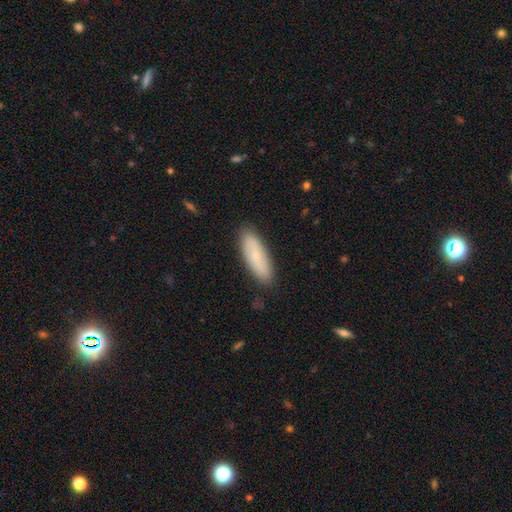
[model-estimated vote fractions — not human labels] smooth 76%, featured or disk 18%, star or artifact 6%. Down the decision tree: how rounded — in between (56%); merging — none (87%).